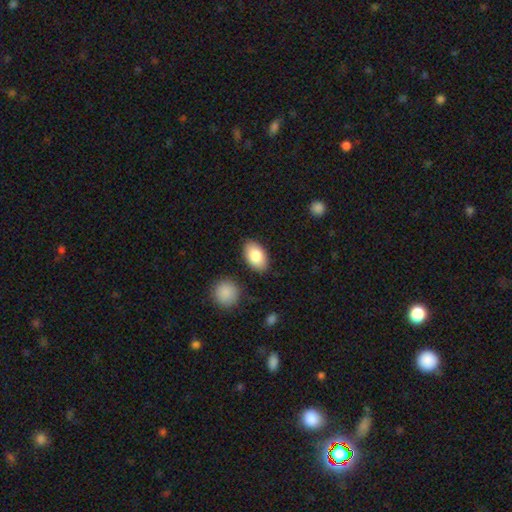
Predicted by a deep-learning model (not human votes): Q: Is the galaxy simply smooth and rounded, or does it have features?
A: smooth — 82%.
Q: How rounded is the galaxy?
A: in between — 92%.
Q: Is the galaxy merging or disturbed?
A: none — 85%.